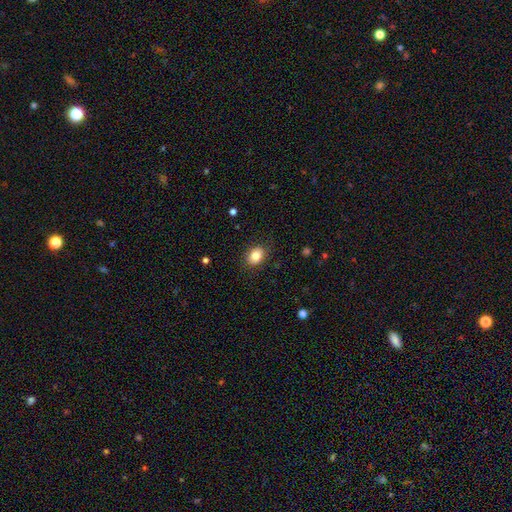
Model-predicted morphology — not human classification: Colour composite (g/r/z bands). It shows a smooth galaxy with no disk features (83%) that is in between round and cigar-shaped (57%). Merging: none (85%).